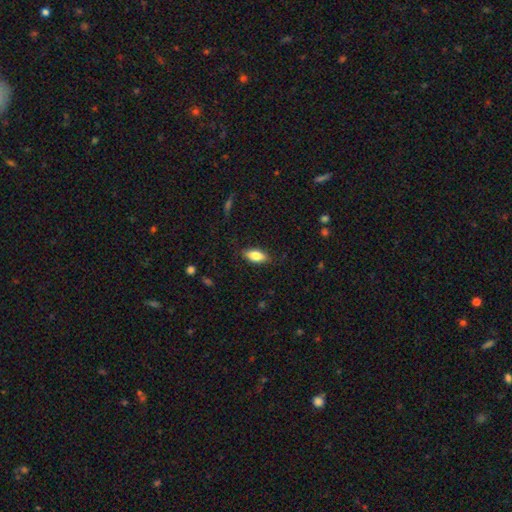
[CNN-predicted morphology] This appears to be a smooth galaxy with no disk features (81%) that is in between round and cigar-shaped (86%). Merging: none (85%).